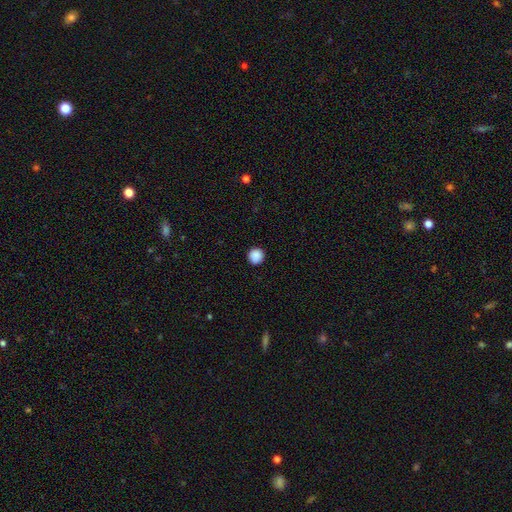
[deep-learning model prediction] The model was most divided on "smooth or featured": smooth: 89%, star or artifact: 9%, featured or disk: 2%. More confident: how rounded — round (95%); merging — none (93%).